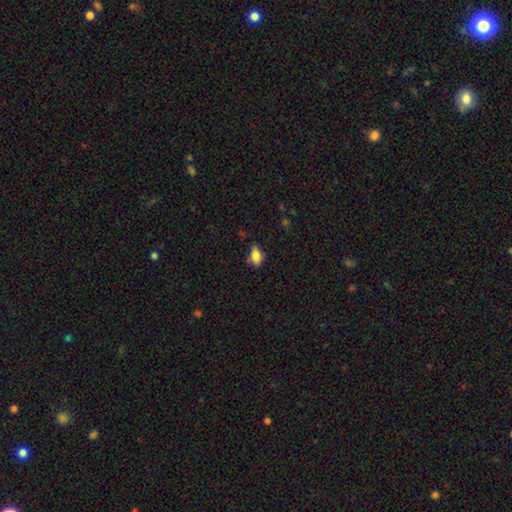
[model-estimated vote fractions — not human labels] This is likely a smooth galaxy (74%). How rounded: clearly in between (85%). Merging: likely none (62%).